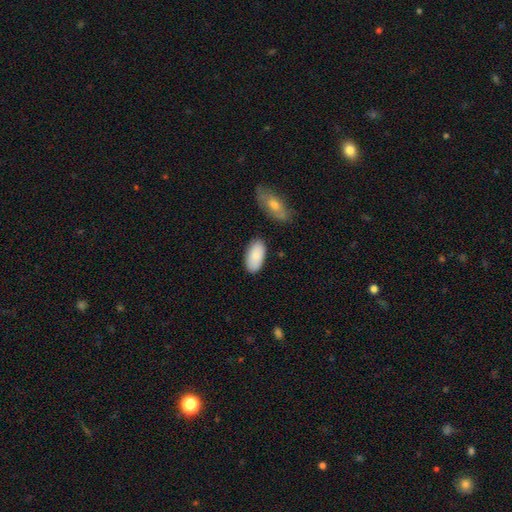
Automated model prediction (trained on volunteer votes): A smooth galaxy with no disk features (85%) that is in between round and cigar-shaped (95%).

Vote fractions:
- Smooth or featured? smooth: 85% / featured or disk: 9% / star or artifact: 6%
- How rounded? in between: 95% / cigar-shaped: 3% / round: 2%
- Merging? none: 79% / minor disturbance: 14% / merger: 4% / major disturbance: 3%